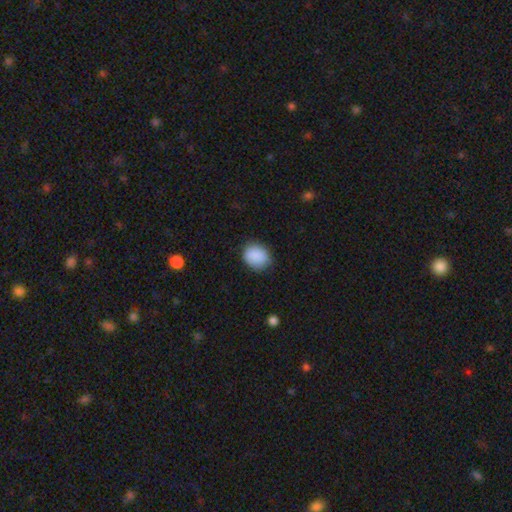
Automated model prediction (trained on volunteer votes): Overall: smooth (89%). How rounded: round (56%; in between 43%). Merging: none (81%).